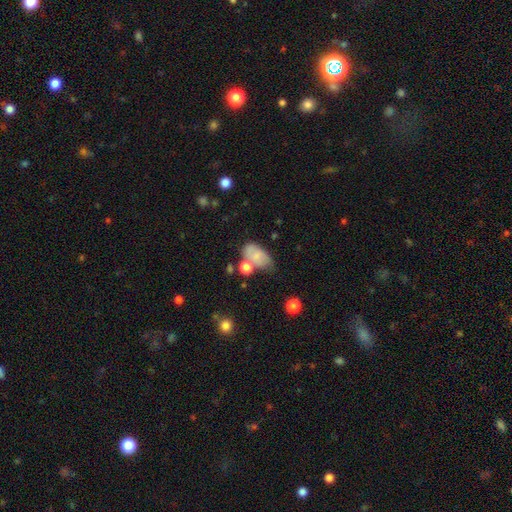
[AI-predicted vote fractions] The model was most divided on "merging": none: 42%, minor disturbance: 26%, merger: 22%, major disturbance: 11%. More confident: how rounded — in between (89%); smooth or featured — smooth (72%).